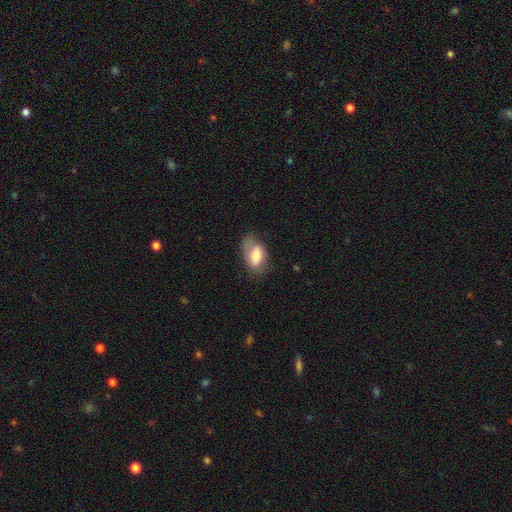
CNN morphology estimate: Smooth or featured? smooth (70%)
How rounded? in between (91%)
Merging? none (53%)